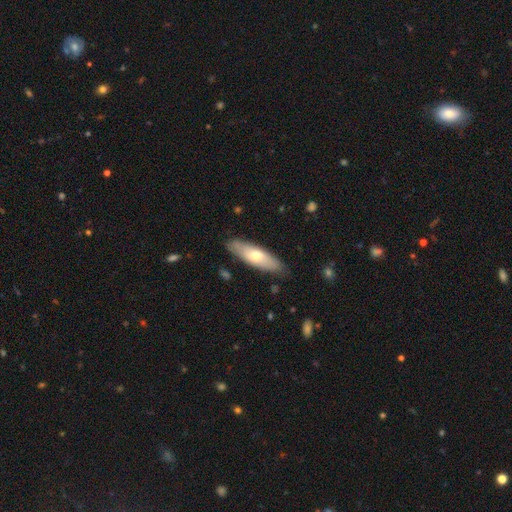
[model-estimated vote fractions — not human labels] The model was most divided on "how rounded" (2-way tie): in between: 49%, cigar-shaped: 49%, round: 2%. More confident: merging — none (83%); smooth or featured — smooth (59%).